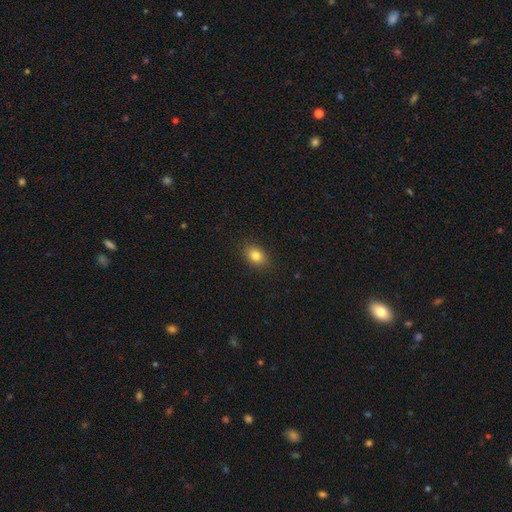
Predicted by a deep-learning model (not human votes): Smooth or featured? smooth (82%)
How rounded? in between (71%)
Merging? none (88%)